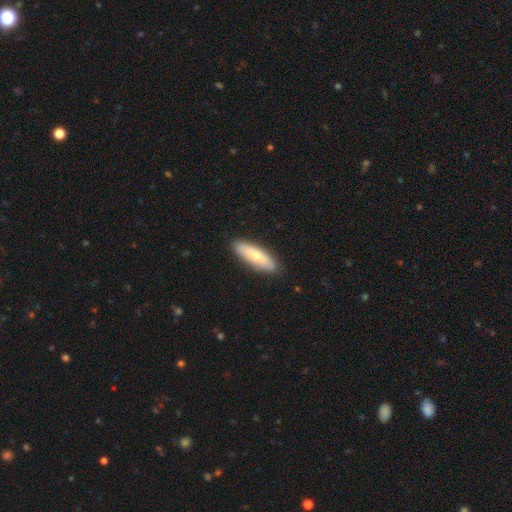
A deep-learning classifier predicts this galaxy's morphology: Smooth or featured? smooth (68%)
How rounded? in between (50%)
Merging? none (88%)